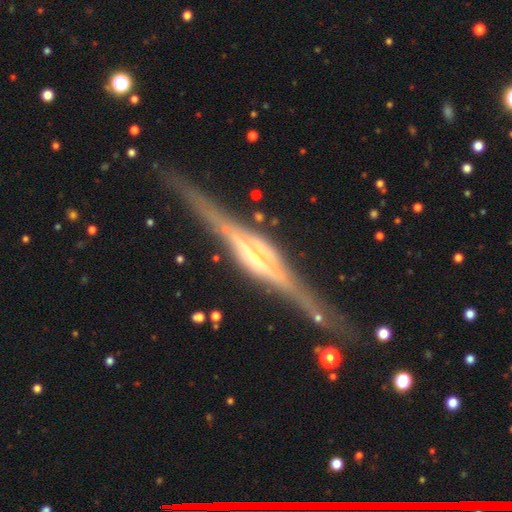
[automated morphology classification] featured or disk 89%, star or artifact 6%, smooth 6%. Down the decision tree: edge-on disk — yes (98%); edge-on bulge — rounded (65%); merging — none (84%).